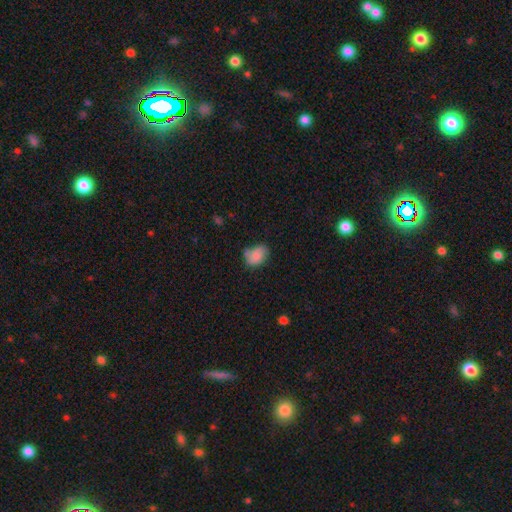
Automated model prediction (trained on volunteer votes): The model was most divided on "merging": none: 48%, minor disturbance: 33%, major disturbance: 11%, merger: 9%. More confident: smooth or featured — smooth (77%); how rounded — in between (75%).